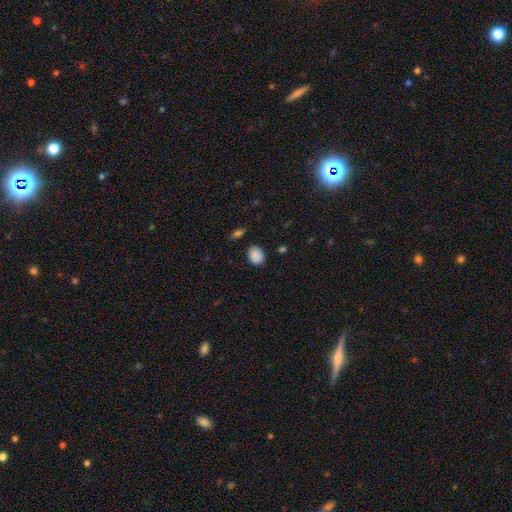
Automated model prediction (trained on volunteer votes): This appears to be a smooth galaxy with no disk features (88%) that is in between round and cigar-shaped (61%). Merging: none (82%).